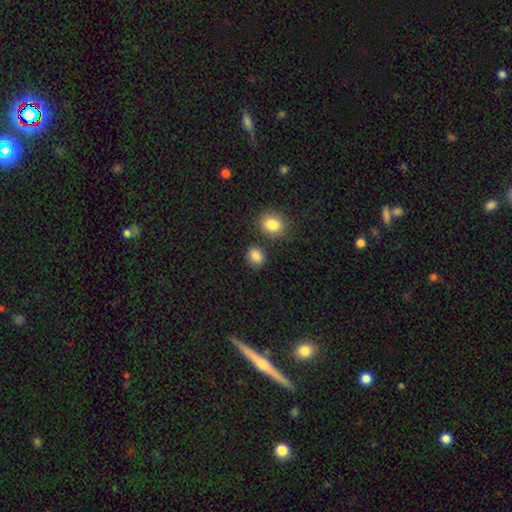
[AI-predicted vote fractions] smooth-or-featured: smooth: 86% | star or artifact: 10% | featured or disk: 4%
  how-rounded: round: 60% | in between: 39% | cigar-shaped: 1%
  merging: none: 78% | minor disturbance: 11% | merger: 8% | major disturbance: 3%